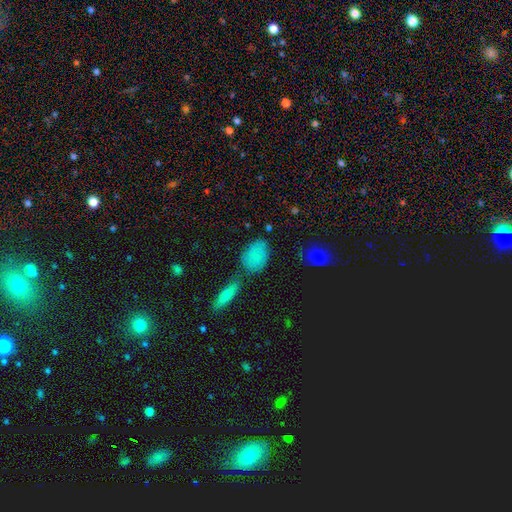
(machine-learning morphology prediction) type=smooth (77%); roundness=in between (79%); merging=none (62%).